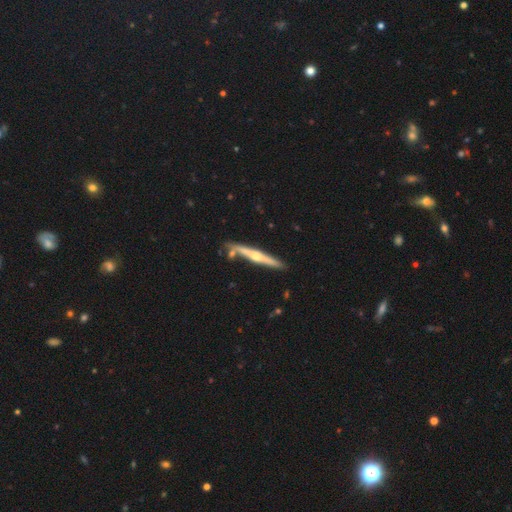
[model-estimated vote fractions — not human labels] This appears to be a featured or disk galaxy (71%) viewed edge-on (97%) with a rounded central bulge (86%). Merging: none (82%).